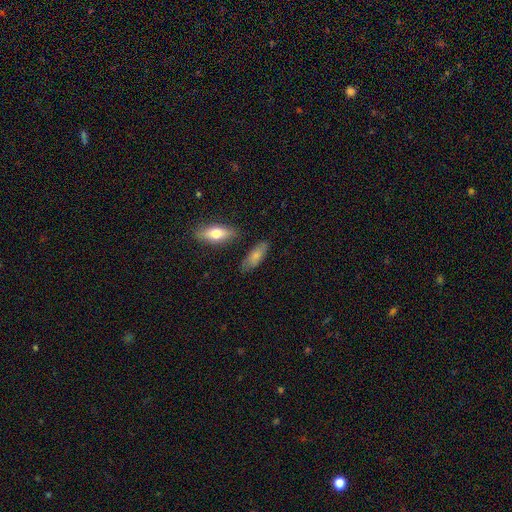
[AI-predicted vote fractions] This is likely a smooth galaxy (77%). How rounded: likely in between (72%). Merging: likely none (76%).